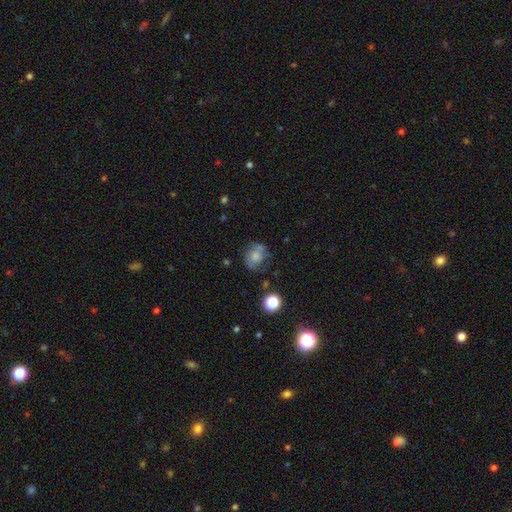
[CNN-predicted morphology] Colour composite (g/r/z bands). It shows a smooth galaxy with no disk features (67%) that is round (67%). Merging: none (57%).